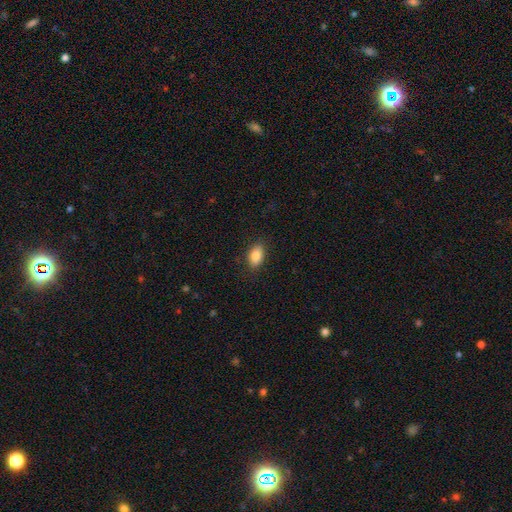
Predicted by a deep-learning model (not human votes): Q: Smooth or featured?
A: smooth (85%); runner-up: star or artifact (8%)
Q: How rounded?
A: in between (89%); runner-up: round (9%)
Q: Merging?
A: none (86%); runner-up: minor disturbance (10%)